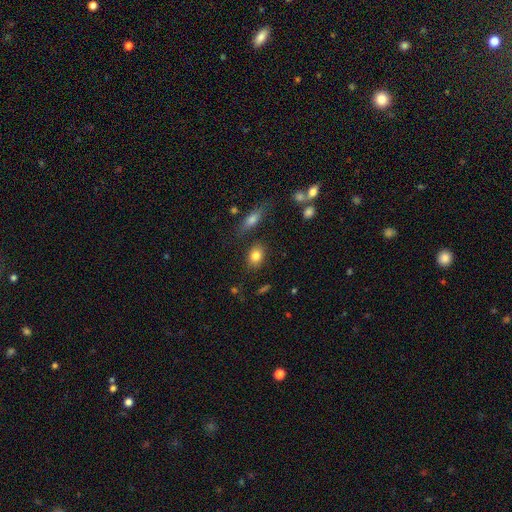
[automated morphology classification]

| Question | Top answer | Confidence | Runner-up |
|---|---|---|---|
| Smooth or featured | smooth | 82% | featured or disk (9%) |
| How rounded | in between | 68% | round (29%) |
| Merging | none | 80% | minor disturbance (12%) |